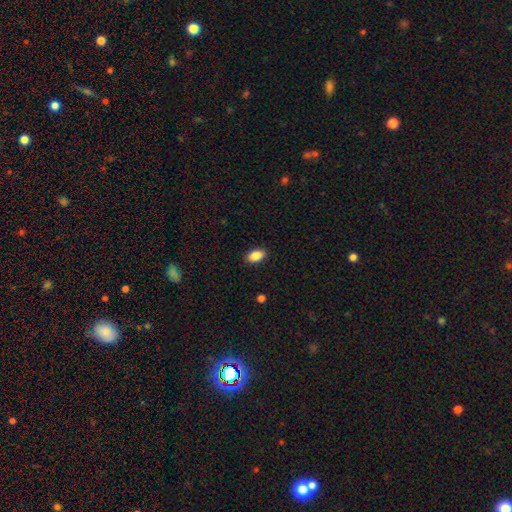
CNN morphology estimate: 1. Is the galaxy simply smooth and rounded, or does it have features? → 88% smooth, 8% star or artifact, 4% featured or disk.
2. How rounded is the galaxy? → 91% in between, 7% round, 2% cigar-shaped.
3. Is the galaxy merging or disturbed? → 89% none, 8% minor disturbance, 2% major disturbance, 1% merger.